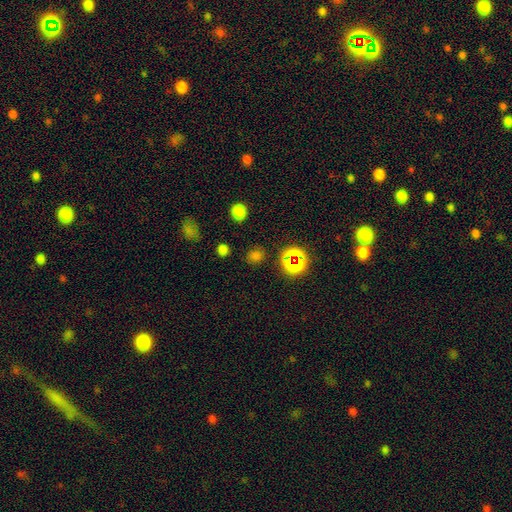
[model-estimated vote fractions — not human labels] Smooth or featured?
  - smooth: 63% *
  - star or artifact: 32%
  - featured or disk: 5%
How rounded?
  - round: 75% *
  - in between: 24%
  - cigar-shaped: 1%
Merging?
  - none: 84% *
  - minor disturbance: 10%
  - major disturbance: 4%
  - merger: 3%